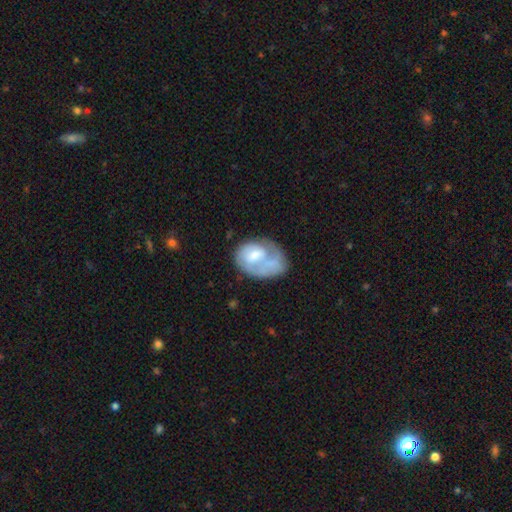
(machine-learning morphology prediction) smooth_or_featured: featured or disk (p=0.49) [alt: smooth p=0.44]
merging: none (p=0.33) [alt: major disturbance p=0.28]